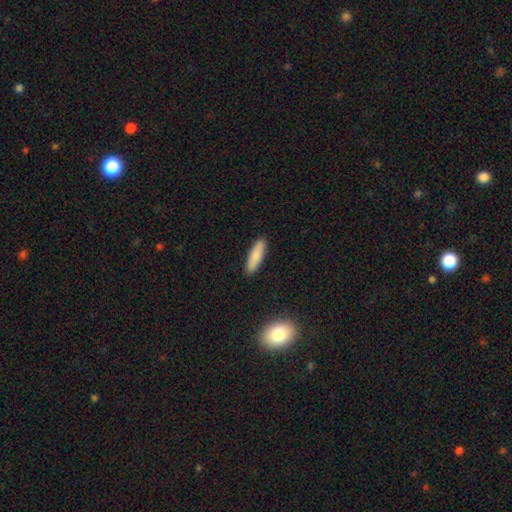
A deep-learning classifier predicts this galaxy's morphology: A smooth galaxy with no disk features (84%) that is cigar-shaped (64%). Merging: none (90%).